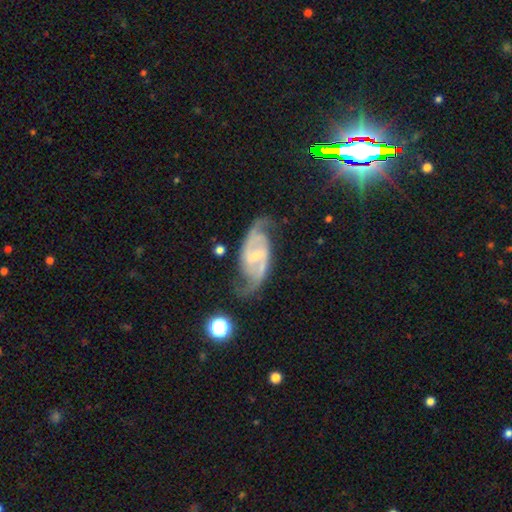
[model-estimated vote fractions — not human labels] Q: Smooth or featured?
A: featured or disk (89%); runner-up: star or artifact (6%)
Q: Edge-on disk?
A: no (96%); runner-up: yes (4%)
Q: Bar?
A: weak (48%); runner-up: strong (28%)
Q: Spiral arms?
A: yes (97%); runner-up: no (3%)
Q: Spiral winding?
A: medium (54%); runner-up: loose (27%)
Q: Spiral arm count?
A: 2 (92%); runner-up: can't tell (3%)
Q: Bulge size?
A: small (68%); runner-up: moderate (24%)
Q: Merging?
A: none (73%); runner-up: minor disturbance (17%)